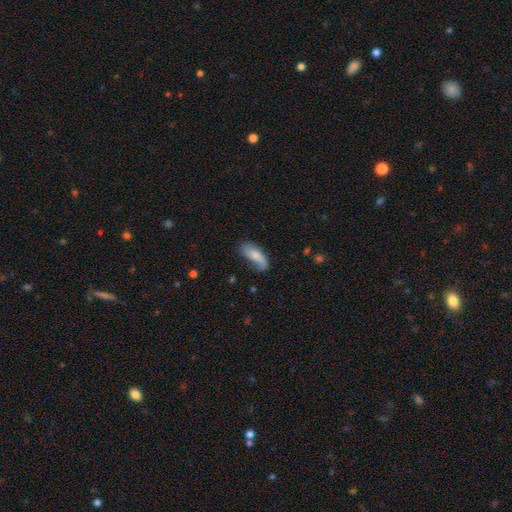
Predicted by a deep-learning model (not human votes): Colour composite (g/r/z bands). It shows a smooth galaxy with no disk features (60%) that is in between round and cigar-shaped (74%). Merging: none (52%).